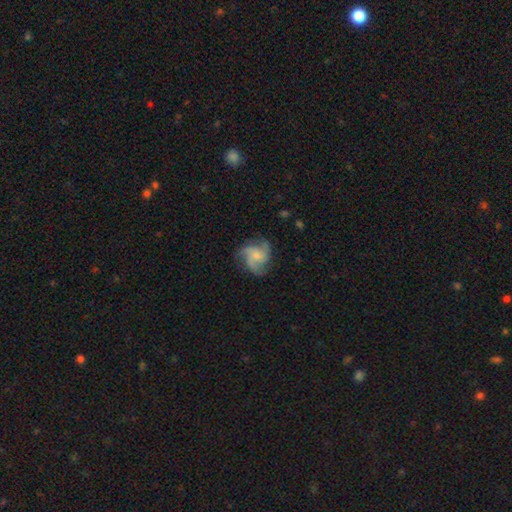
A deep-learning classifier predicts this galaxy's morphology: A featured or disk galaxy (77%) with no bar (73%), 3 (51%) medium (52%) spiral arms (95%) and a small central bulge (58%). Merging: none (67%).